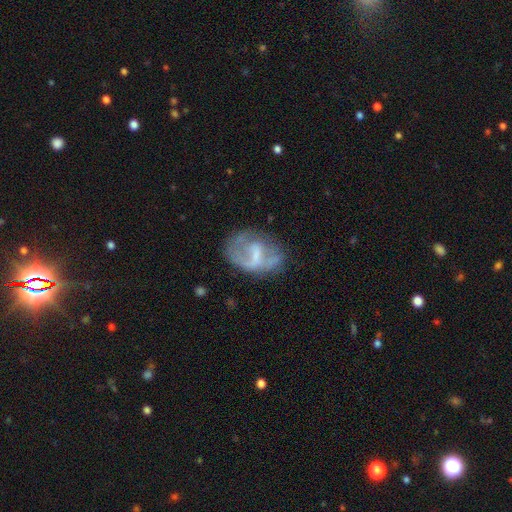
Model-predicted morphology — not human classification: This is possibly a featured or disk galaxy (60%). It is clearly not viewed edge-on (96%). Bar: marginally weak (44%). Spiral arm pattern: possibly no (53%). Central bulge: marginally none (36%). Merging: marginally none (44%).